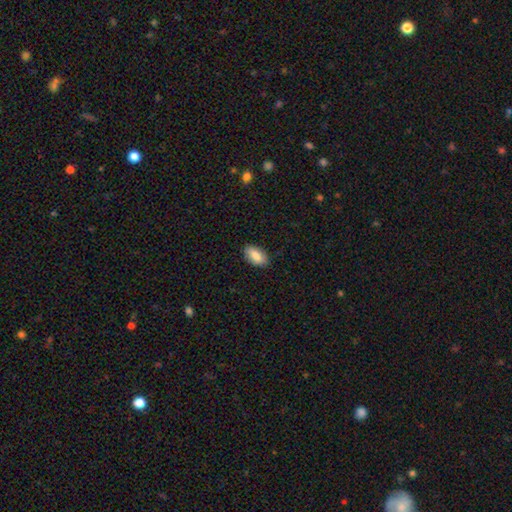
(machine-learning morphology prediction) A smooth galaxy with no disk features (80%) that is in between round and cigar-shaped (93%).

Vote fractions:
- Smooth or featured? smooth: 80% / featured or disk: 14% / star or artifact: 7%
- How rounded? in between: 93% / round: 4% / cigar-shaped: 3%
- Merging? none: 86% / minor disturbance: 11% / major disturbance: 2% / merger: 1%